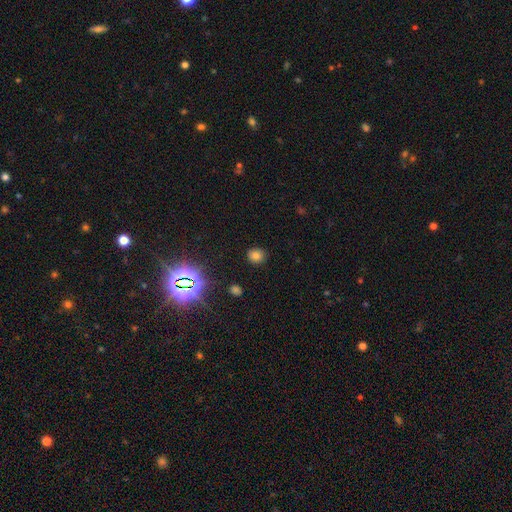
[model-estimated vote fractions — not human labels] The model was most divided on "how rounded": round: 75%, in between: 23%, cigar-shaped: 1%. More confident: merging — none (87%); smooth or featured — smooth (74%).